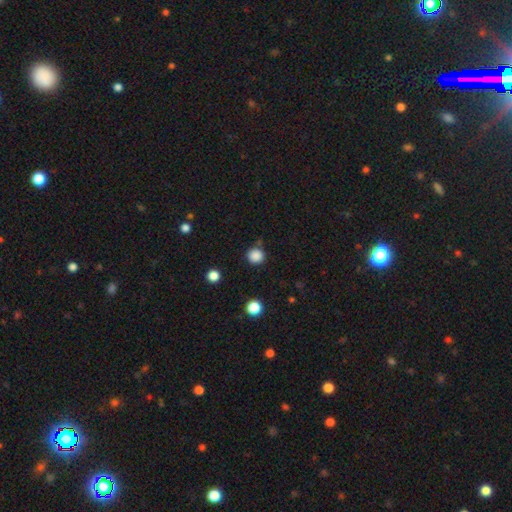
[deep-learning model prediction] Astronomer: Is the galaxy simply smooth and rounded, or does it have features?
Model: smooth — 86%.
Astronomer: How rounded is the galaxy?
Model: round — 92%.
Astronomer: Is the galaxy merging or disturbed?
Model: none — 85%.